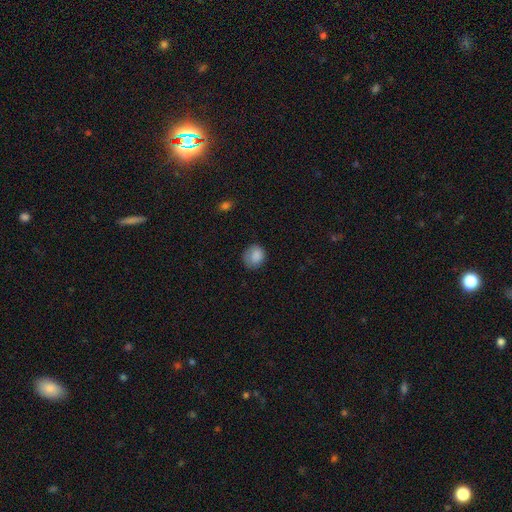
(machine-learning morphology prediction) Overall: smooth (85%). How rounded: round (75%). Merging: none (70%).